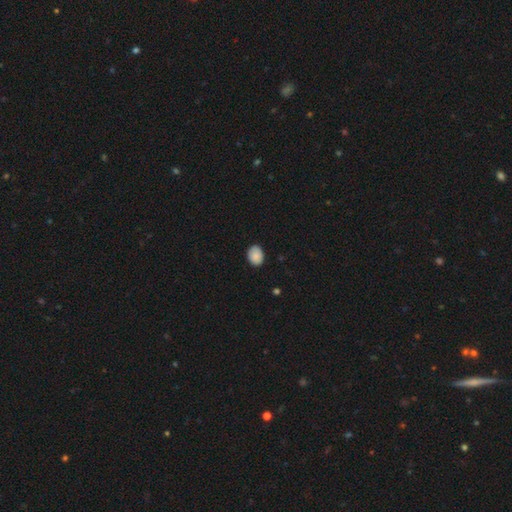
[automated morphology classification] A smooth galaxy with no disk features (87%) that is in between round and cigar-shaped (59%). Merging: none (84%).